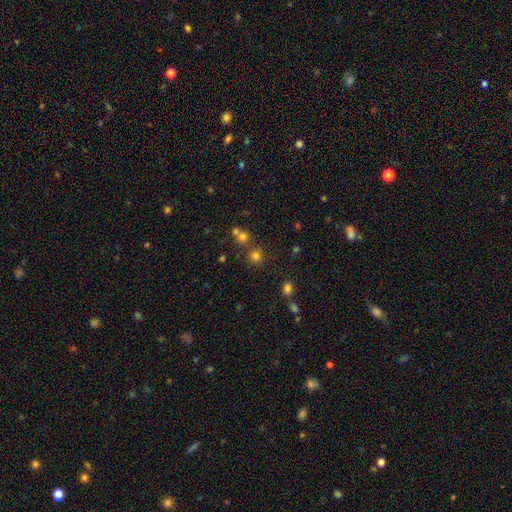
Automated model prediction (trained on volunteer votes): Smooth or featured? smooth (72%)
How rounded? round (91%)
Merging? none (72%)